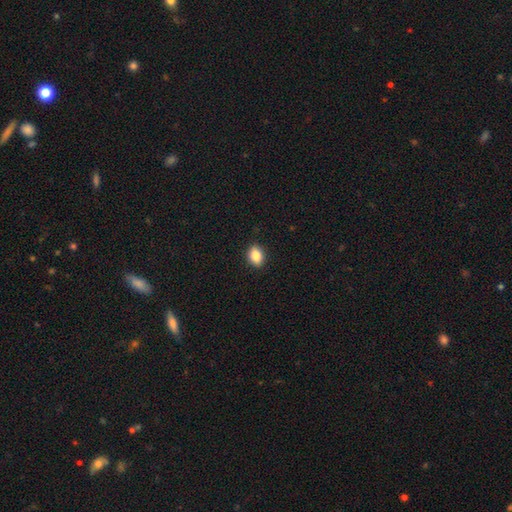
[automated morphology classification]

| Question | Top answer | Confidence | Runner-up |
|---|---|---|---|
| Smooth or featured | smooth | 86% | star or artifact (8%) |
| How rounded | in between | 74% | round (24%) |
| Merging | none | 90% | minor disturbance (8%) |